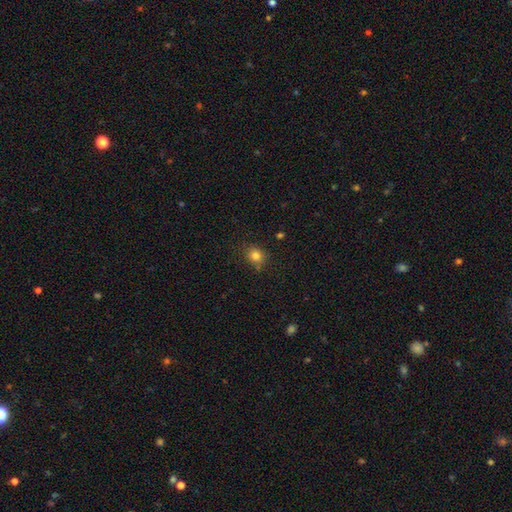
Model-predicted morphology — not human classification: Smooth or featured? smooth (81%)
How rounded? round (76%)
Merging? none (81%)